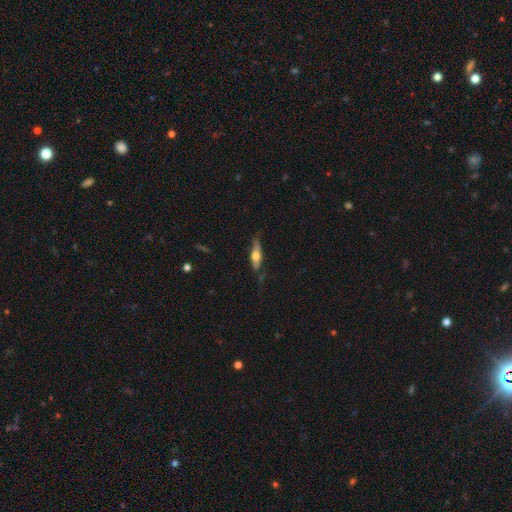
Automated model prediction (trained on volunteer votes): Smooth or featured? featured or disk (52%)
Edge-on disk? yes (80%)
Merging? none (60%)